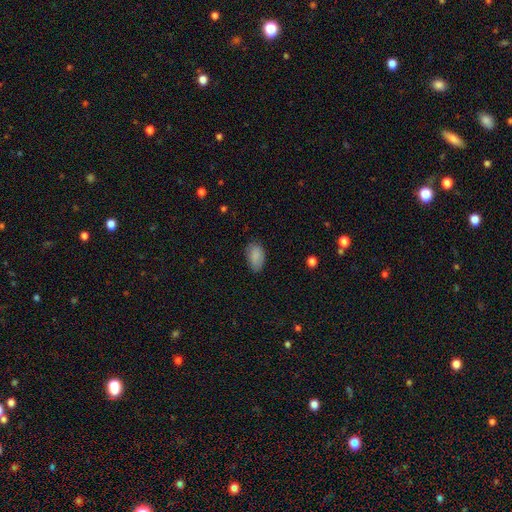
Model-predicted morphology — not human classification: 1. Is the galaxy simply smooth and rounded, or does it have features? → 86% smooth, 8% star or artifact, 6% featured or disk.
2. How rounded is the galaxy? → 93% in between, 6% round, 2% cigar-shaped.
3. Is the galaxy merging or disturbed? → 76% none, 19% minor disturbance, 4% major disturbance, 1% merger.